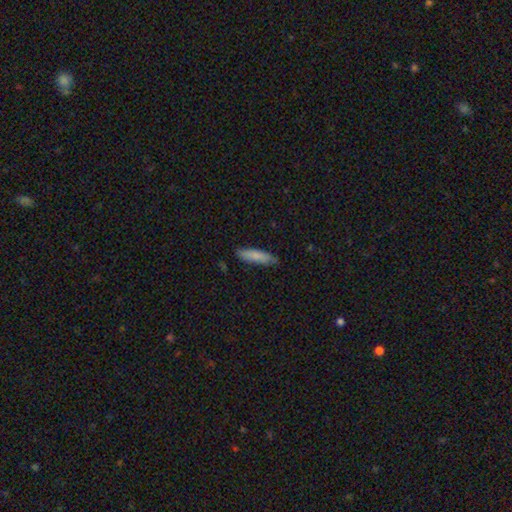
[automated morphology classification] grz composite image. It shows a smooth galaxy with no disk features (82%) that is cigar-shaped (74%). Merging: none (83%).